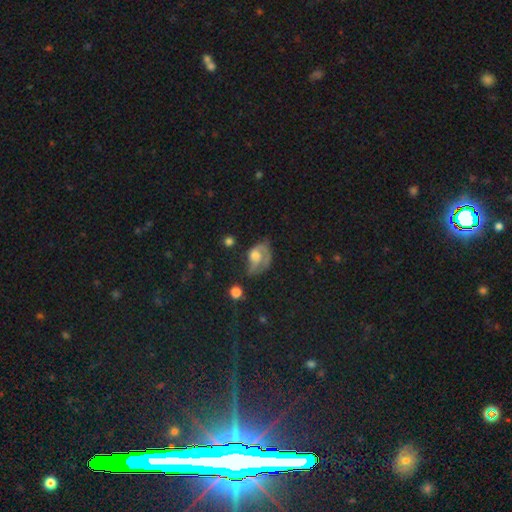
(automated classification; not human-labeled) A featured or disk galaxy (59%) with no bar (74%), spiral arms (75%) and a moderate central bulge (47%). Merging: major disturbance (39%).